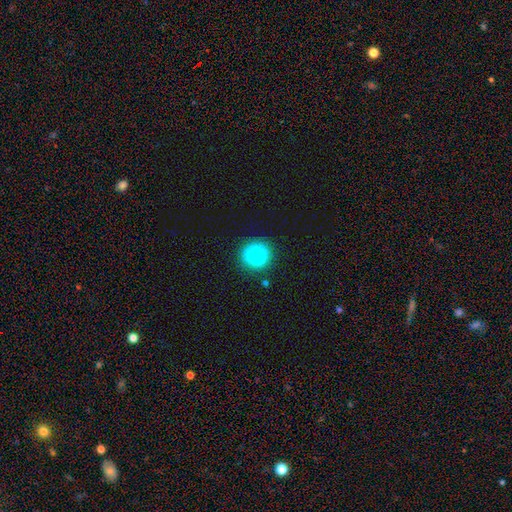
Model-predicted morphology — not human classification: smooth 81%, featured or disk 11%, star or artifact 8%. Down the decision tree: how rounded — round (87%); merging — none (79%).